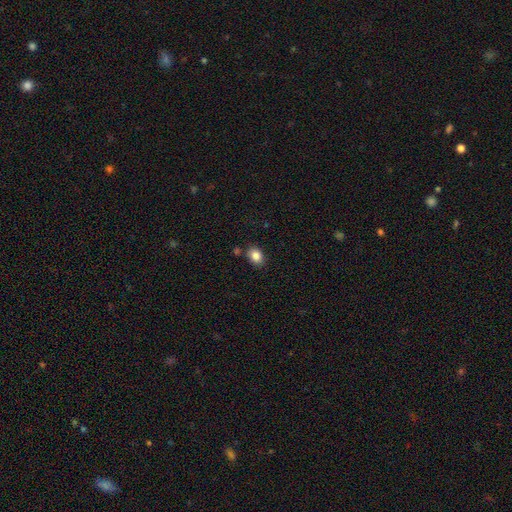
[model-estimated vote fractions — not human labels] This appears to be a smooth galaxy with no disk features (85%) that is in between round and cigar-shaped (70%). Merging: none (81%).